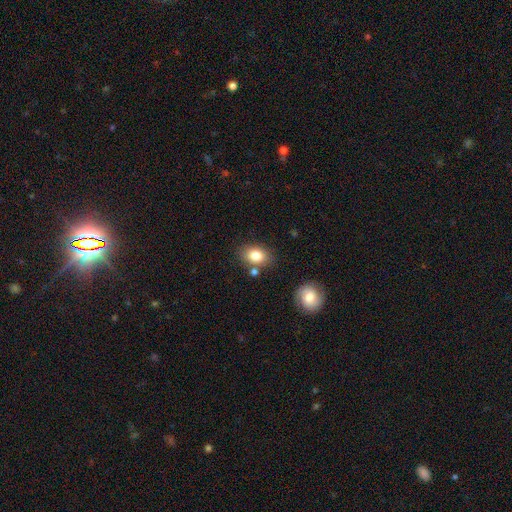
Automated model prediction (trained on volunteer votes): This is clearly a smooth galaxy (82%). How rounded: likely in between (73%). Merging: likely none (75%).